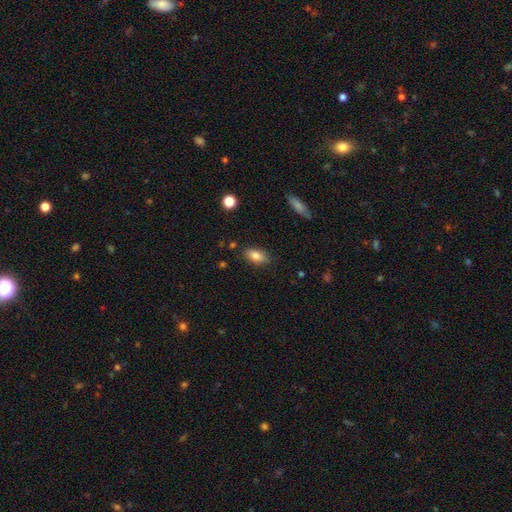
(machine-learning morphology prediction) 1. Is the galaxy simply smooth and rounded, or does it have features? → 82% smooth, 9% featured or disk, 8% star or artifact.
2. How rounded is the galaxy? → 88% in between, 7% cigar-shaped, 5% round.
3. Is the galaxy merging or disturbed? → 84% none, 12% minor disturbance, 3% major disturbance, 2% merger.